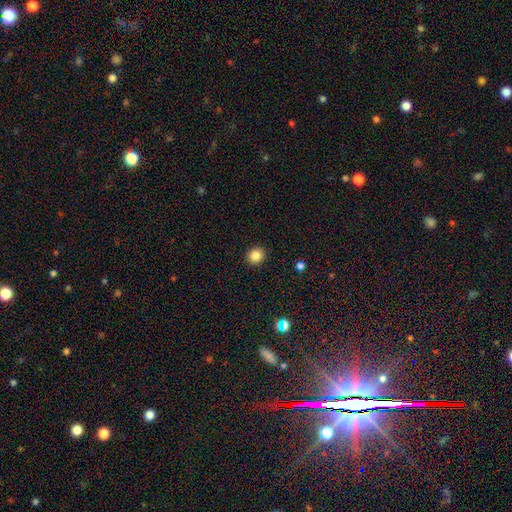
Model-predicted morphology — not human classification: smooth 85%, star or artifact 11%, featured or disk 4%. Down the decision tree: how rounded — round (81%); merging — none (92%).